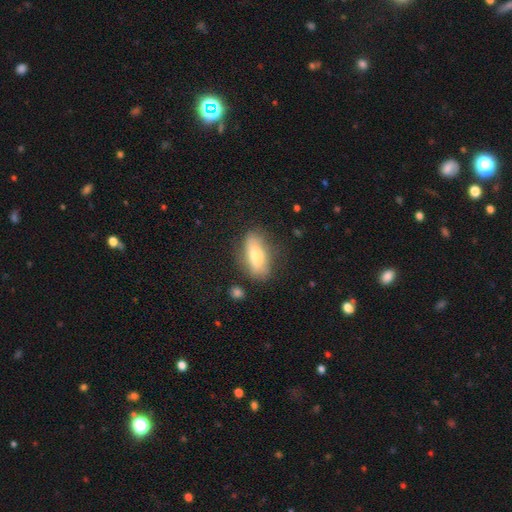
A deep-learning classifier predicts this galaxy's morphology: The model was most divided on "smooth or featured": smooth: 70%, featured or disk: 23%, star or artifact: 7%. More confident: how rounded — in between (77%); merging — none (71%).